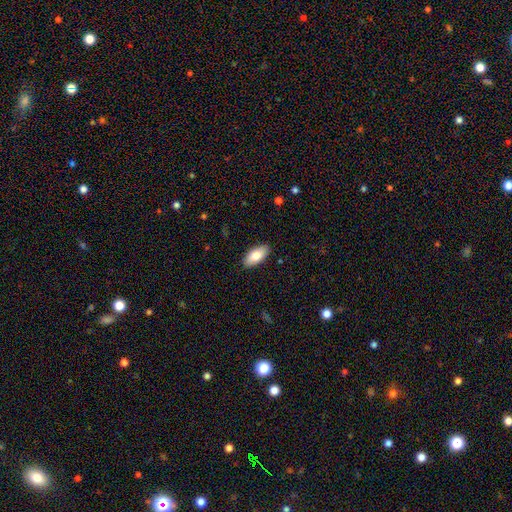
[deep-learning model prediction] Smooth or featured?
  - smooth: 79% *
  - featured or disk: 15%
  - star or artifact: 6%
How rounded?
  - in between: 91% *
  - cigar-shaped: 7%
  - round: 2%
Merging?
  - none: 89% *
  - minor disturbance: 8%
  - major disturbance: 2%
  - merger: 1%